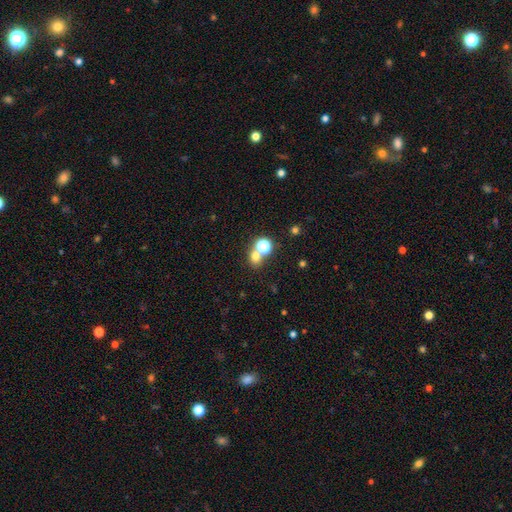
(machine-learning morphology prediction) Smooth or featured: smooth — 66% (star or artifact — 25%)
How rounded: round — 70% (in between — 28%)
Merging: none — 57% (merger — 32%)